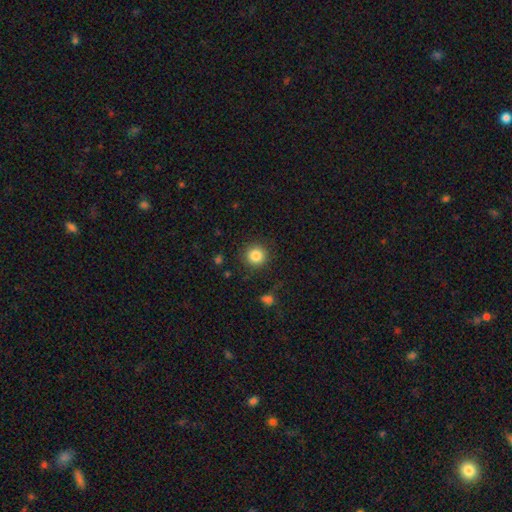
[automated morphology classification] smooth-or-featured: smooth: 85% | star or artifact: 10% | featured or disk: 5%
  how-rounded: round: 94% | in between: 5% | cigar-shaped: 1%
  merging: none: 89% | minor disturbance: 7% | major disturbance: 3% | merger: 1%